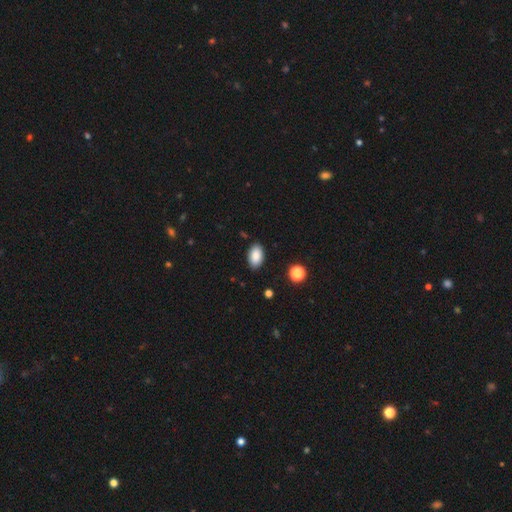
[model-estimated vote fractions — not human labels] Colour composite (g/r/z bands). It shows a smooth galaxy with no disk features (88%) that is in between round and cigar-shaped (93%). Merging: none (87%).